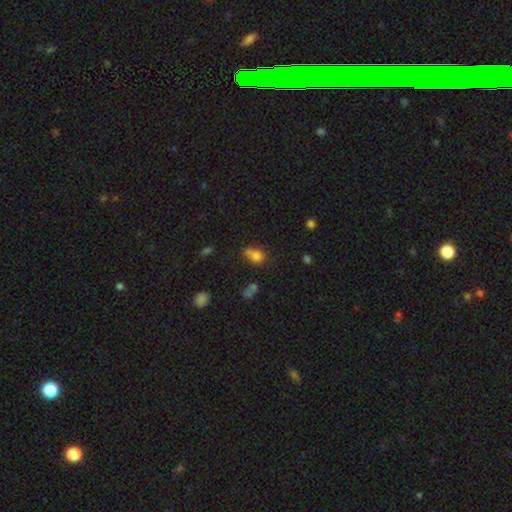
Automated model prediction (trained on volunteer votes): A smooth galaxy with no disk features (75%) that is in between round and cigar-shaped (49%, tied with round).

Vote fractions:
- Smooth or featured? smooth: 75% / star or artifact: 14% / featured or disk: 11%
- How rounded? in between: 49% (tied) / round: 49% (tied) / cigar-shaped: 2%
- Merging? none: 42% / merger: 29% / minor disturbance: 20% / major disturbance: 9%